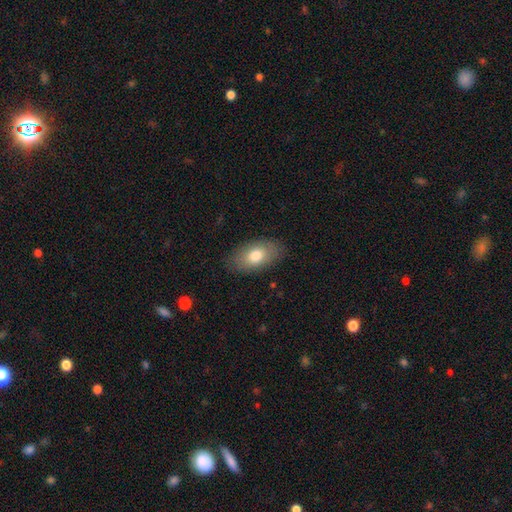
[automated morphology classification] Smooth or featured? Predicted: smooth (p=0.76). How rounded? Predicted: in between (p=0.93). Merging? Predicted: none (p=0.84).